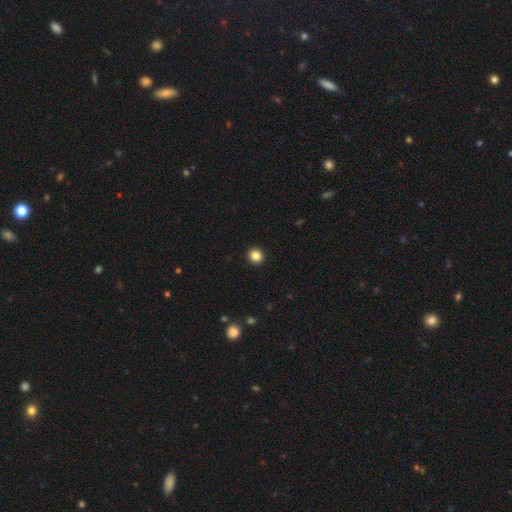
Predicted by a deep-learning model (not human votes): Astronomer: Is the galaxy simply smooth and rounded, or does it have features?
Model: smooth — 86%.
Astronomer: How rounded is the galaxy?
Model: round — 87%.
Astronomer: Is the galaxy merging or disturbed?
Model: none — 93%.